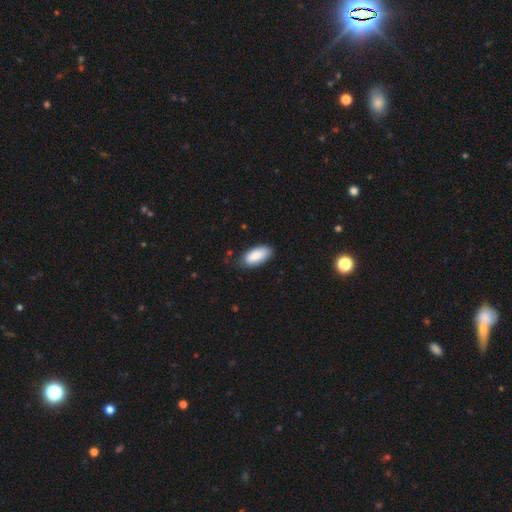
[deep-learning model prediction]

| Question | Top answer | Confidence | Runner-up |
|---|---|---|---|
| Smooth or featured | smooth | 86% | featured or disk (8%) |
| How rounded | in between | 91% | cigar-shaped (7%) |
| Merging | none | 72% | minor disturbance (22%) |